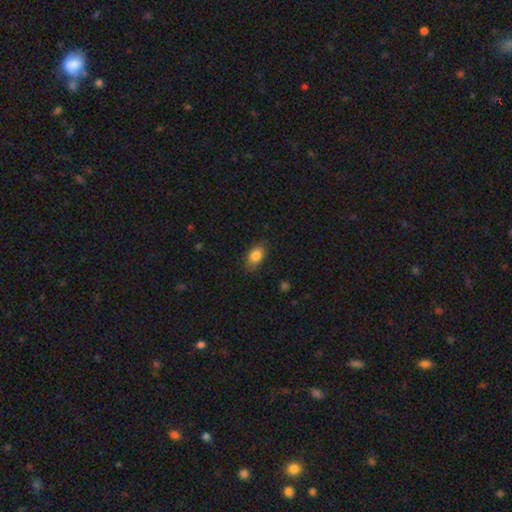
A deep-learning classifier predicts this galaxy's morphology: type=smooth (84%); roundness=in between (87%); merging=none (82%).